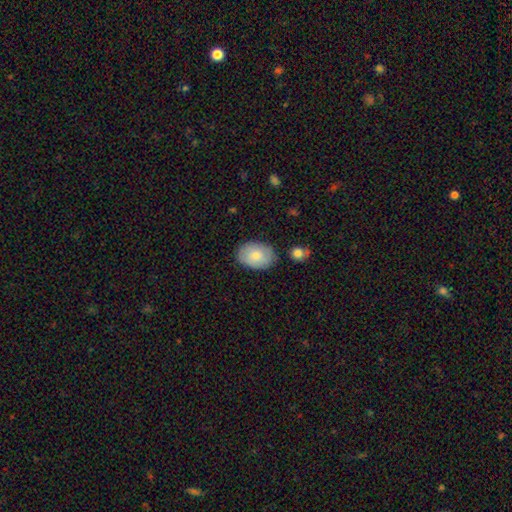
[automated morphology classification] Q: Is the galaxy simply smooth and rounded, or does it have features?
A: smooth — 76%.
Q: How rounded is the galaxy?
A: in between — 82%.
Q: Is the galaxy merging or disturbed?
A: none — 80%.